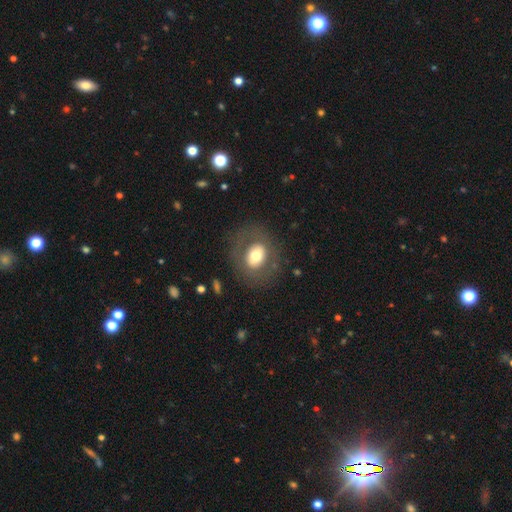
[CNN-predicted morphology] smooth-or-featured: smooth: 60% | featured or disk: 32% | star or artifact: 8%
  how-rounded: in between: 50% | round: 49% | cigar-shaped: 1%
  merging: none: 77% | minor disturbance: 12% | major disturbance: 10% | merger: 1%